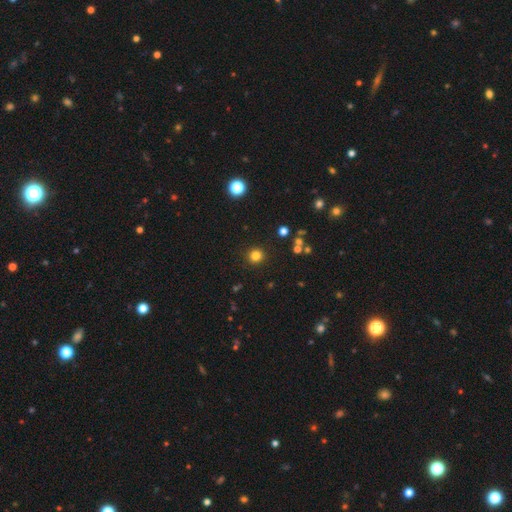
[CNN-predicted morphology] smooth-or-featured: smooth: 81% | star or artifact: 14% | featured or disk: 5%
  how-rounded: round: 94% | in between: 5% | cigar-shaped: 1%
  merging: none: 91% | minor disturbance: 5% | major disturbance: 2% | merger: 2%